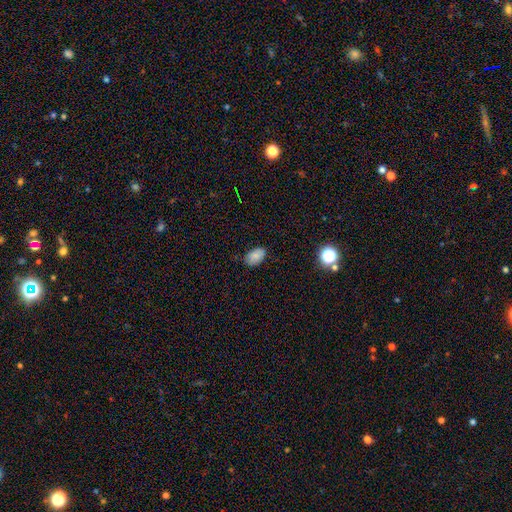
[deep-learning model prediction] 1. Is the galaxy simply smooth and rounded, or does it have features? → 82% smooth, 10% star or artifact, 8% featured or disk.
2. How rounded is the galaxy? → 91% in between, 7% round, 1% cigar-shaped.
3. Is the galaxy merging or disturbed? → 78% none, 18% minor disturbance, 3% major disturbance, 1% merger.